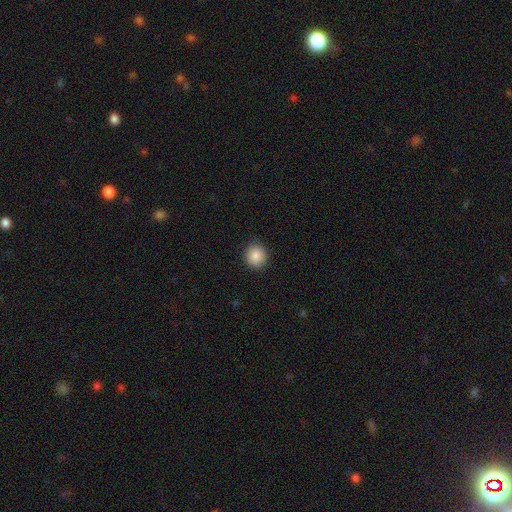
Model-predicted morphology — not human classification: smooth-or-featured: smooth: 88% | star or artifact: 9% | featured or disk: 4%
  how-rounded: round: 90% | in between: 9% | cigar-shaped: 1%
  merging: none: 90% | minor disturbance: 7% | major disturbance: 2% | merger: 1%